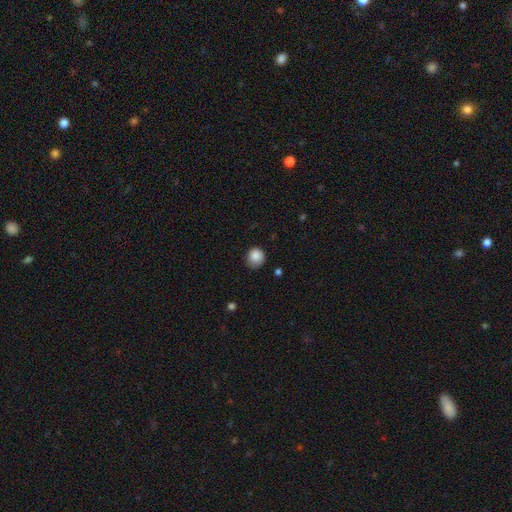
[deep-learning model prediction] Smooth or featured: smooth — 86% (star or artifact — 9%)
How rounded: round — 89% (in between — 10%)
Merging: none — 75% (minor disturbance — 20%)